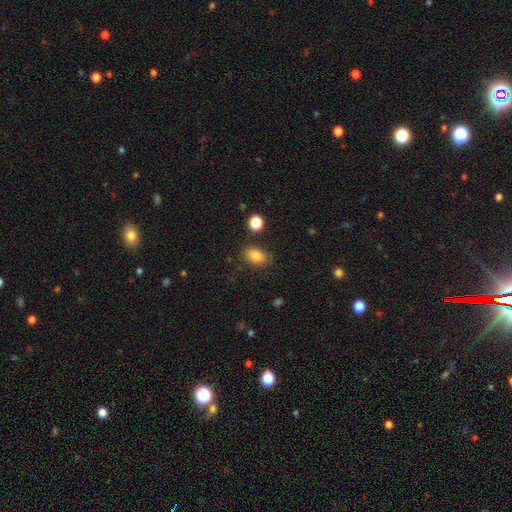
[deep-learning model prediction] This is clearly a smooth galaxy (83%). How rounded: clearly in between (85%). Merging: clearly none (82%).